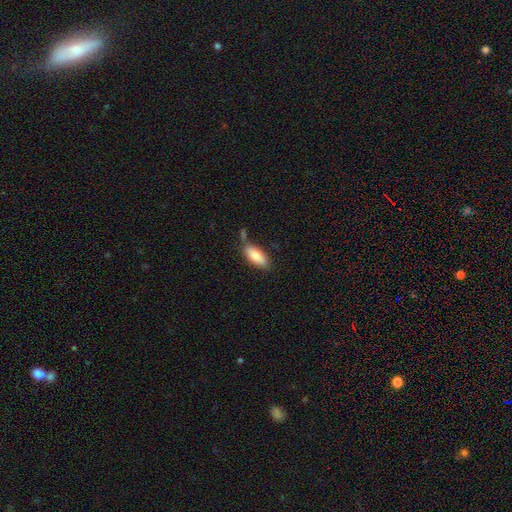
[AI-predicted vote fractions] The model was most divided on "merging": none: 67%, minor disturbance: 18%, merger: 10%, major disturbance: 4%. More confident: smooth or featured — smooth (82%); how rounded — in between (81%).